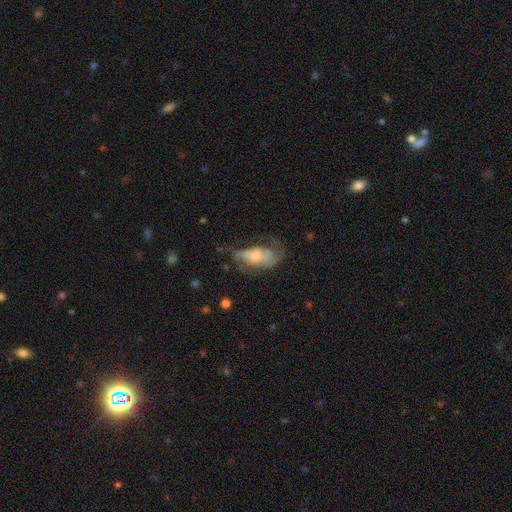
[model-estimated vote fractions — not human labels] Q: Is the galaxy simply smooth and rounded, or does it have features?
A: featured or disk — 61%.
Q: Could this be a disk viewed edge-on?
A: no — 93%.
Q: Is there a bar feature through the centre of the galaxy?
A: no — 69%.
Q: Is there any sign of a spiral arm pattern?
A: yes — 70%.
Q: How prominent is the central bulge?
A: moderate — 46%.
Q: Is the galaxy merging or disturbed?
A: none — 36%.